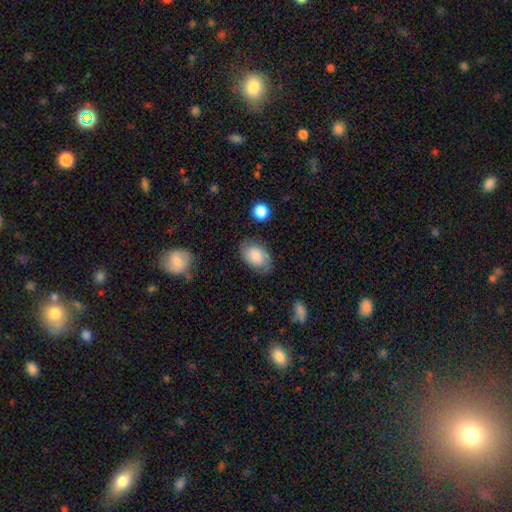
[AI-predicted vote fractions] This appears to be a smooth galaxy with no disk features (78%) that is in between round and cigar-shaped (87%). Merging: none (76%).